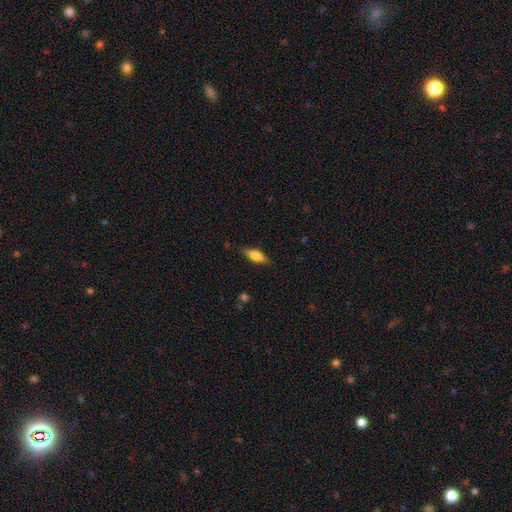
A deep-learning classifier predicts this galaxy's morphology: type=smooth (64%); roundness=in between (70%); merging=none (82%).